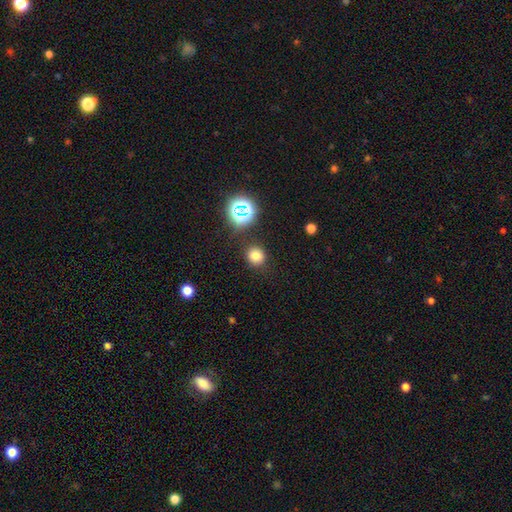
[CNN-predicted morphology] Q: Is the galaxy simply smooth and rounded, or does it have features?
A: smooth — 73%.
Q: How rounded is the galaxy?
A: round — 87%.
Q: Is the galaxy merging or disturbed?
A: none — 85%.